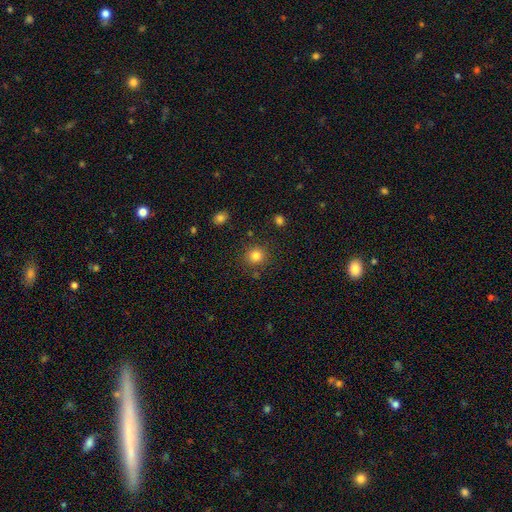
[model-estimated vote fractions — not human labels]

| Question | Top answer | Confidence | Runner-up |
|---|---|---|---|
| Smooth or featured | smooth | 83% | star or artifact (12%) |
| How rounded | round | 90% | in between (9%) |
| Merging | none | 85% | minor disturbance (8%) |